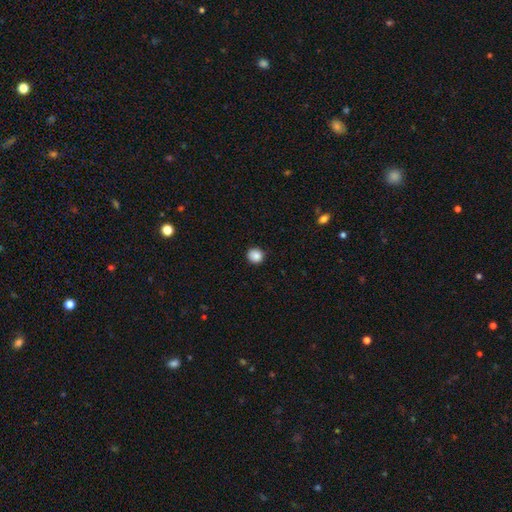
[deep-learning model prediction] smooth-or-featured: smooth: 88% | star or artifact: 9% | featured or disk: 3%
  how-rounded: round: 90% | in between: 9% | cigar-shaped: 1%
  merging: none: 90% | minor disturbance: 7% | major disturbance: 2% | merger: 1%